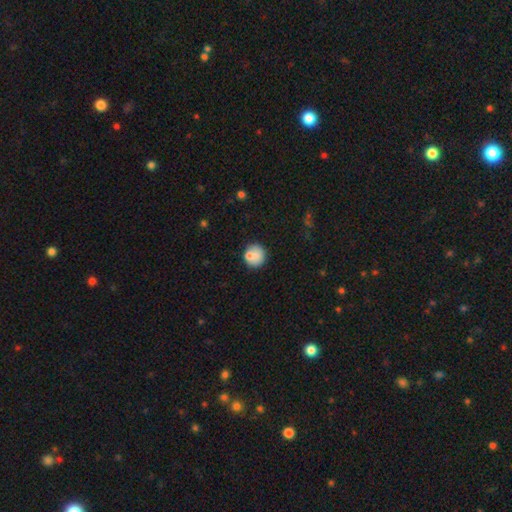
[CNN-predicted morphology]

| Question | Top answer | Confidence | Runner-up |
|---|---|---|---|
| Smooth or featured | smooth | 77% | featured or disk (14%) |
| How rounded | round | 90% | in between (9%) |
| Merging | none | 70% | minor disturbance (13%) |